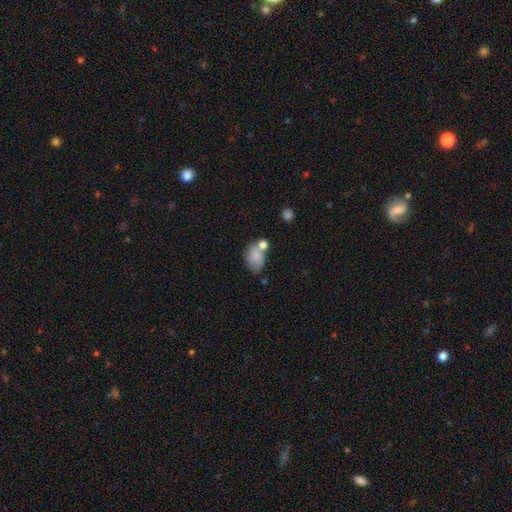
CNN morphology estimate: A smooth galaxy with no disk features (79%) that is in between round and cigar-shaped (82%). Merging: none (40%).